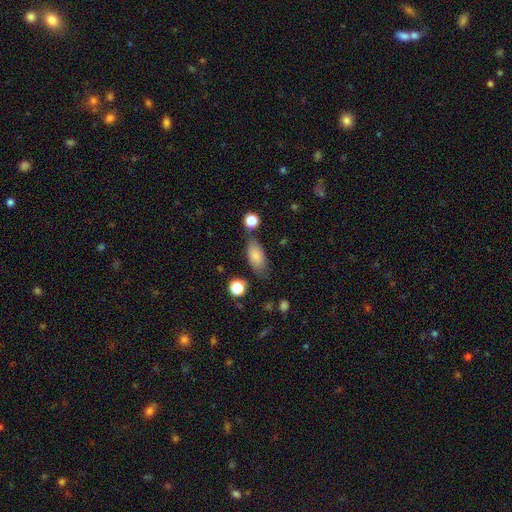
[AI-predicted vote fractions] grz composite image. It shows a smooth galaxy with no disk features (82%) that is in between round and cigar-shaped (86%). Merging: none (69%).